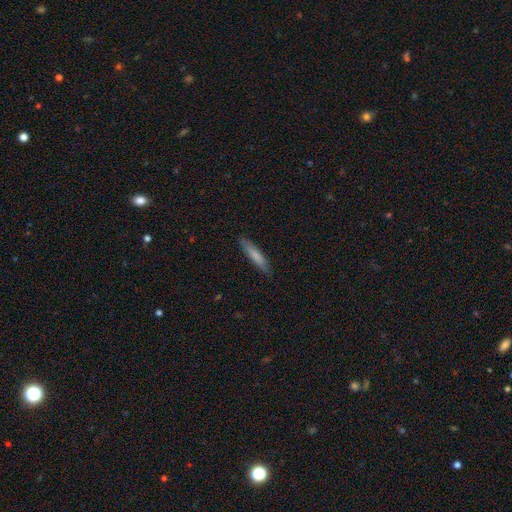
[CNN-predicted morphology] A smooth galaxy with no disk features (78%) that is cigar-shaped (85%). Merging: none (87%).